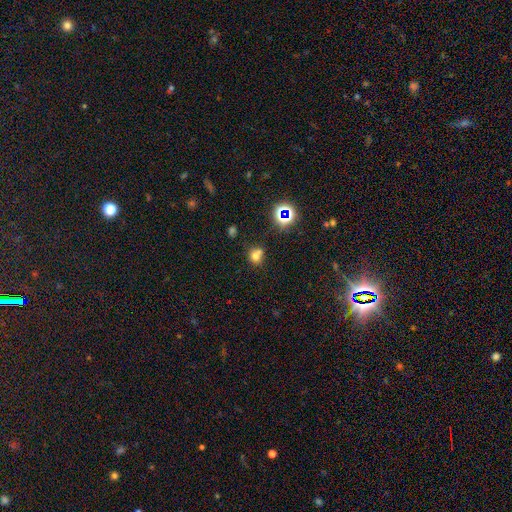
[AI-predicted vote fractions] Q: Smooth or featured?
A: smooth (66%); runner-up: star or artifact (22%)
Q: How rounded?
A: round (75%); runner-up: in between (24%)
Q: Merging?
A: none (45%); runner-up: merger (37%)